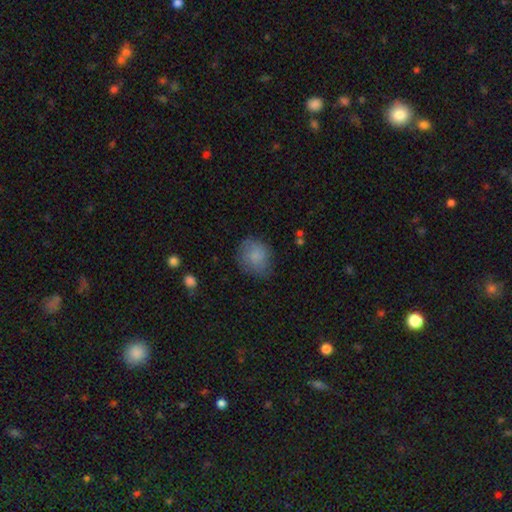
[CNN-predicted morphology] smooth-or-featured: smooth: 79% | featured or disk: 13% | star or artifact: 8%
  how-rounded: round: 65% | in between: 34% | cigar-shaped: 1%
  merging: none: 65% | minor disturbance: 26% | major disturbance: 7% | merger: 2%